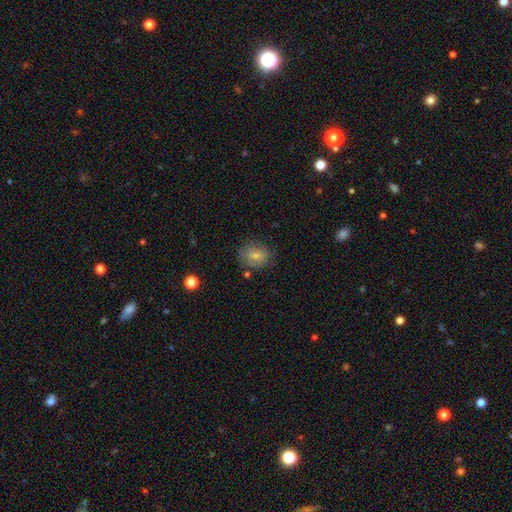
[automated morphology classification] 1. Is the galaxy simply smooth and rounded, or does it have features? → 73% smooth, 19% featured or disk, 9% star or artifact.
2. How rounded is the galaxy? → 55% round, 44% in between, 1% cigar-shaped.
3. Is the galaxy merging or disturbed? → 70% none, 20% minor disturbance, 7% major disturbance, 3% merger.